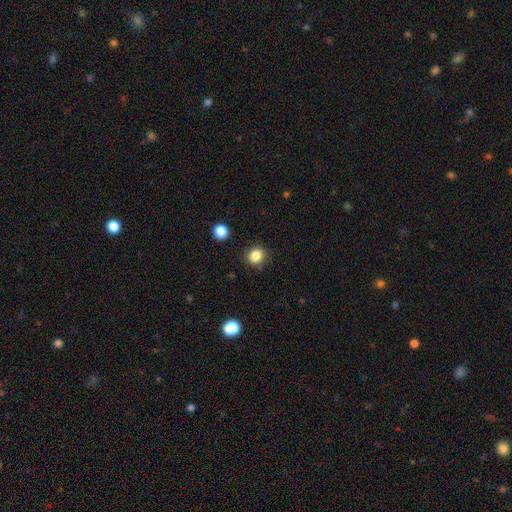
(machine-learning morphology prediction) Smooth or featured: smooth — 85% (star or artifact — 11%)
How rounded: round — 77% (in between — 22%)
Merging: none — 85% (minor disturbance — 10%)